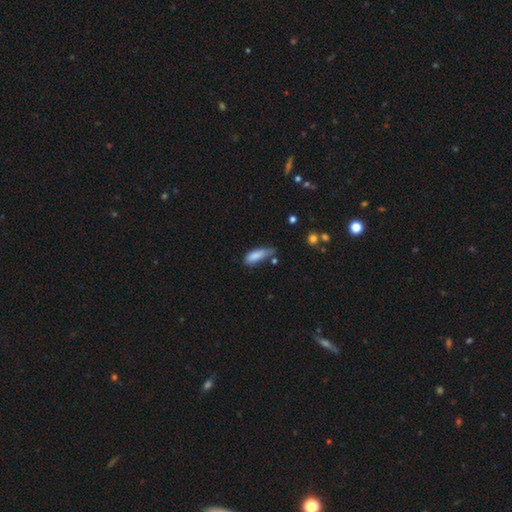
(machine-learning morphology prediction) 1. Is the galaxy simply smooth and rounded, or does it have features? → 82% smooth, 10% featured or disk, 8% star or artifact.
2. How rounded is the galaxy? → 58% in between, 40% cigar-shaped, 2% round.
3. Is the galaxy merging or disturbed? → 40% minor disturbance, 39% none, 14% major disturbance, 7% merger.